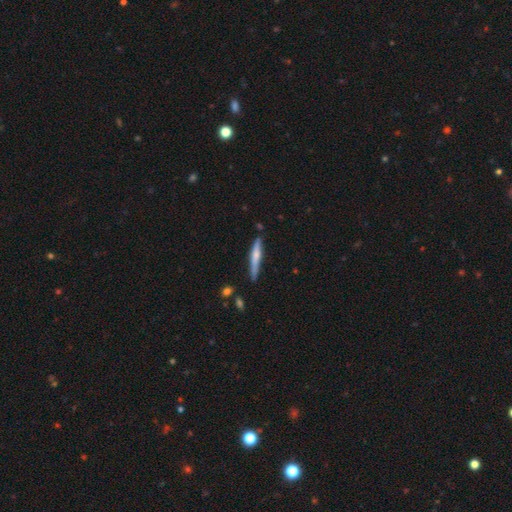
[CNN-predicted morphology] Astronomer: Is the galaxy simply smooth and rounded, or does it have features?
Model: smooth — 57% (runner-up: featured or disk, 38%).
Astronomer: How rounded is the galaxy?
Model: cigar-shaped — 92%.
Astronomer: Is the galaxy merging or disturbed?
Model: none — 74%.